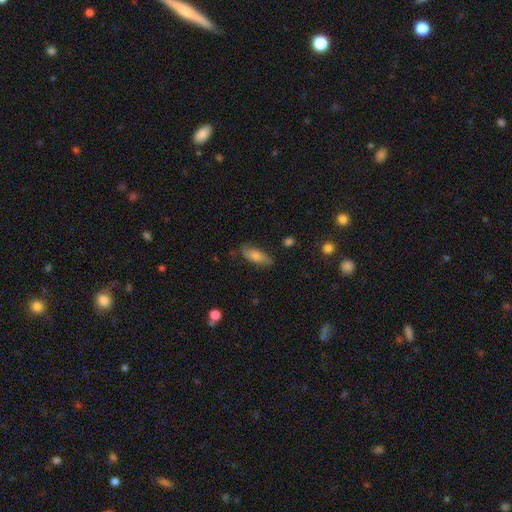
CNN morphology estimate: type=smooth (73%); roundness=in between (70%); merging=none (79%).